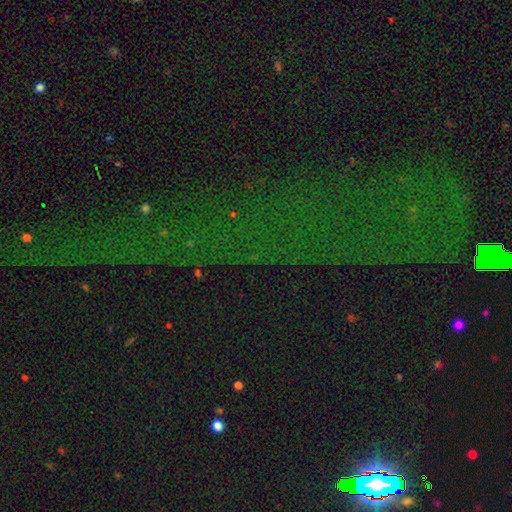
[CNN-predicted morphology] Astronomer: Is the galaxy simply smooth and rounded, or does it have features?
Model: star or artifact — 81%.